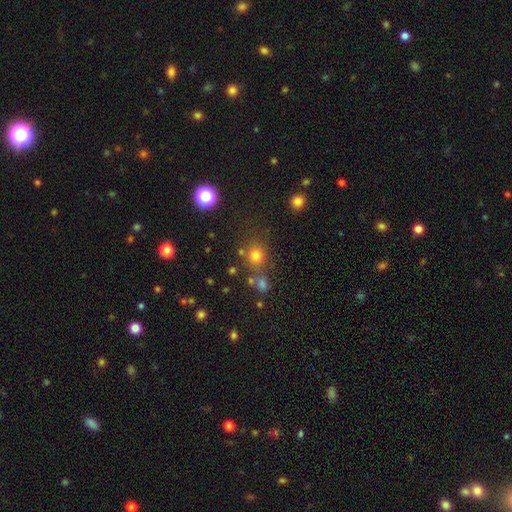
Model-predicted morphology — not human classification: smooth 71%, star or artifact 21%, featured or disk 8%. Down the decision tree: how rounded — round (86%); merging — none (70%).